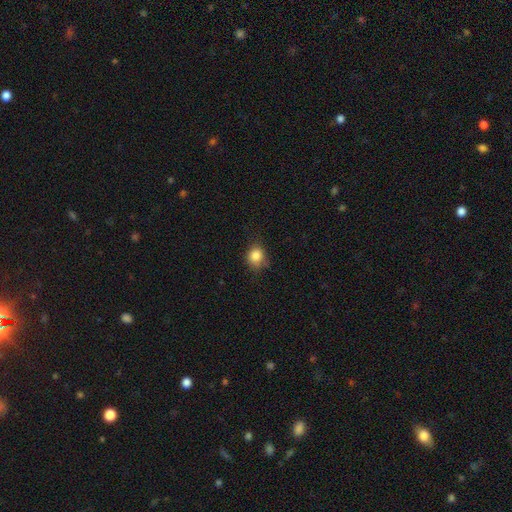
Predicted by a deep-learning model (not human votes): Overall: smooth (84%). How rounded: round (73%). Merging: none (66%; minor disturbance 27%).